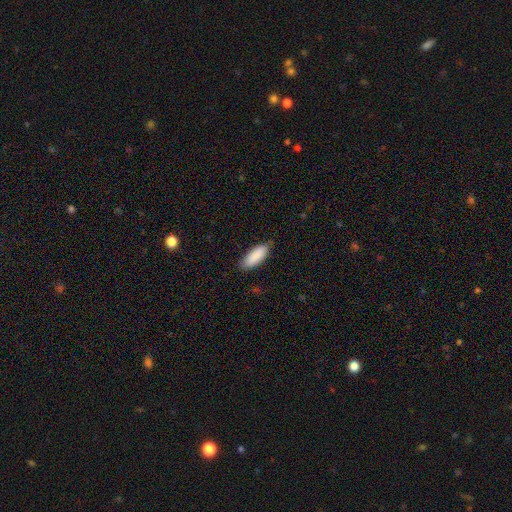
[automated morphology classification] smooth-or-featured: smooth: 89% | star or artifact: 6% | featured or disk: 5%
  how-rounded: in between: 74% | cigar-shaped: 25% | round: 1%
  merging: none: 81% | minor disturbance: 16% | major disturbance: 2% | merger: 1%